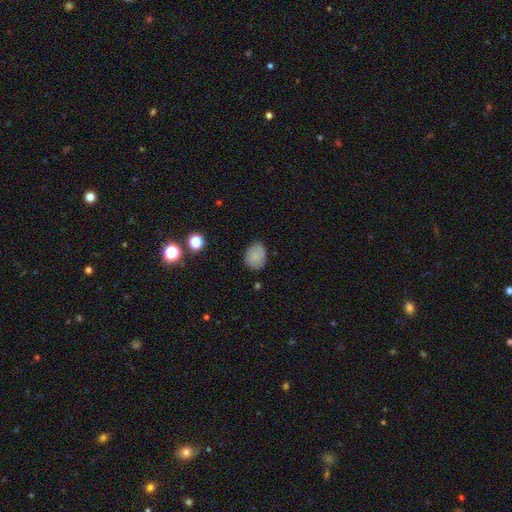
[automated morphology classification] Smooth or featured: smooth — 82% (star or artifact — 10%)
How rounded: round — 57% (in between — 42%)
Merging: none — 81% (minor disturbance — 15%)